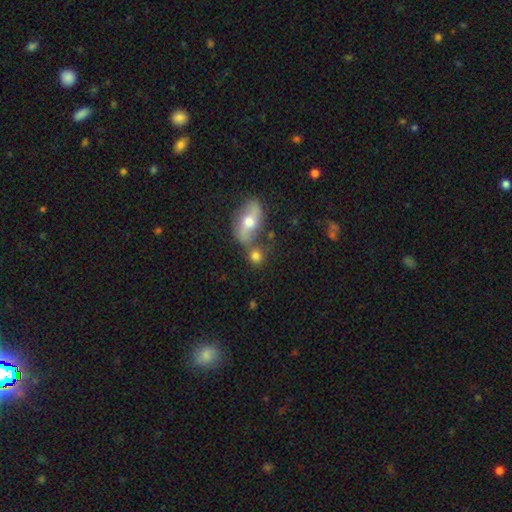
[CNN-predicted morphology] Smooth or featured?
  - smooth: 72% *
  - featured or disk: 18%
  - star or artifact: 10%
How rounded?
  - round: 70% *
  - in between: 27%
  - cigar-shaped: 3%
Merging?
  - none: 57% *
  - merger: 26%
  - minor disturbance: 12%
  - major disturbance: 5%